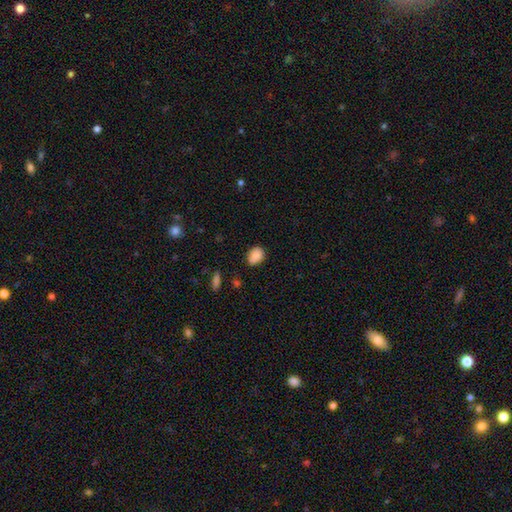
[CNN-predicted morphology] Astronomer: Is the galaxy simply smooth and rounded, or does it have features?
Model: smooth — 87%.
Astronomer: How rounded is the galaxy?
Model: in between — 65%.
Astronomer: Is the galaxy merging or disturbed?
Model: none — 77%.